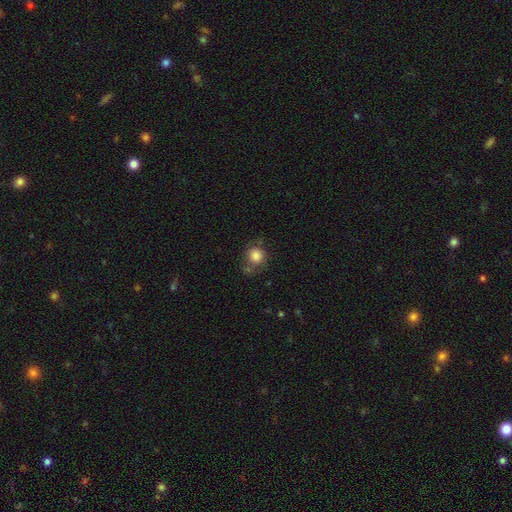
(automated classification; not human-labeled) This is clearly a smooth galaxy (81%). How rounded: clearly round (86%). Merging: likely none (62%).